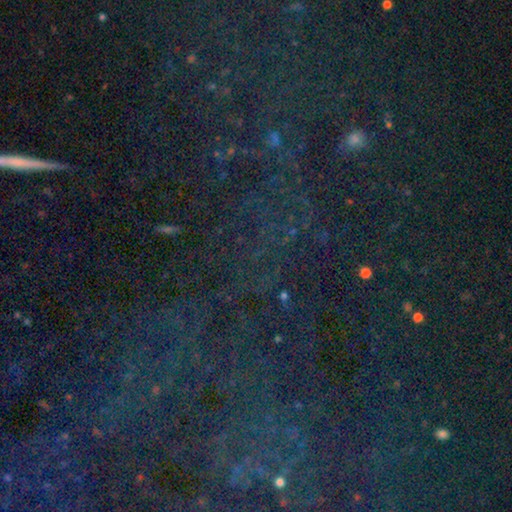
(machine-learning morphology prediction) smooth_or_featured: star or artifact (p=0.80) [alt: smooth p=0.12]